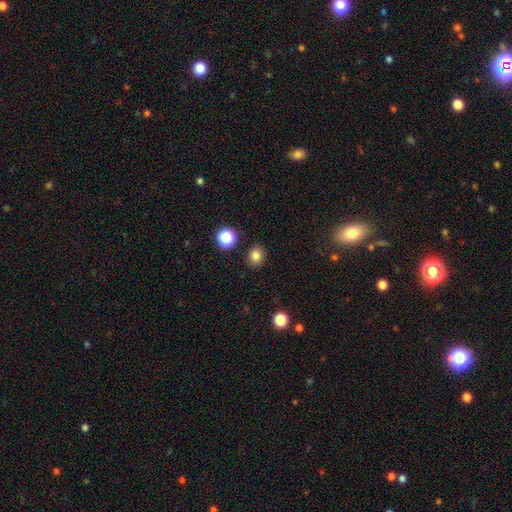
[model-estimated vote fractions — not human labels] smooth_or_featured: smooth (p=0.82) [alt: star or artifact p=0.13]
how_rounded: round (p=0.69) [alt: in between p=0.30]
merging: none (p=0.89) [alt: minor disturbance p=0.07]